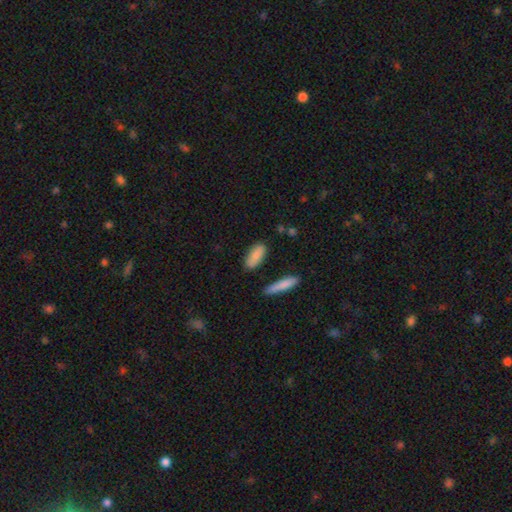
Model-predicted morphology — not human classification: Smooth or featured? smooth (85%)
How rounded? in between (77%)
Merging? none (79%)